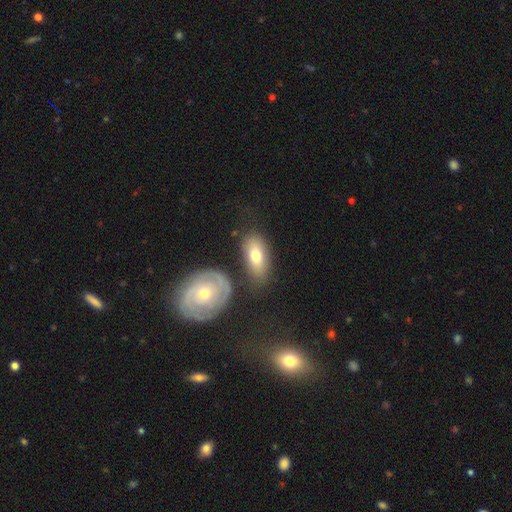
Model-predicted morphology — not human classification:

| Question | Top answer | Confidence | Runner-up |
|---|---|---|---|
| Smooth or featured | smooth | 67% | featured or disk (26%) |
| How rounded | in between | 87% | cigar-shaped (6%) |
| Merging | none | 65% | minor disturbance (17%) |